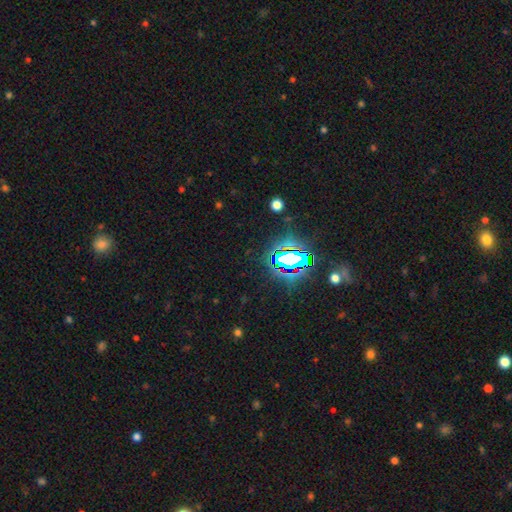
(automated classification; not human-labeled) Overall: star or artifact (82%).